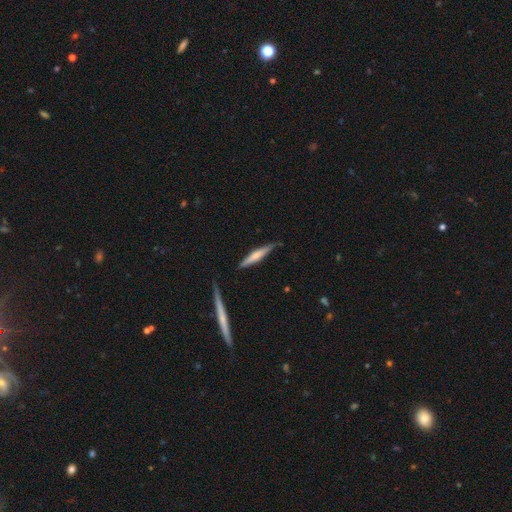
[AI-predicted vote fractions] Smooth or featured? smooth (55%)
How rounded? cigar-shaped (92%)
Merging? none (79%)